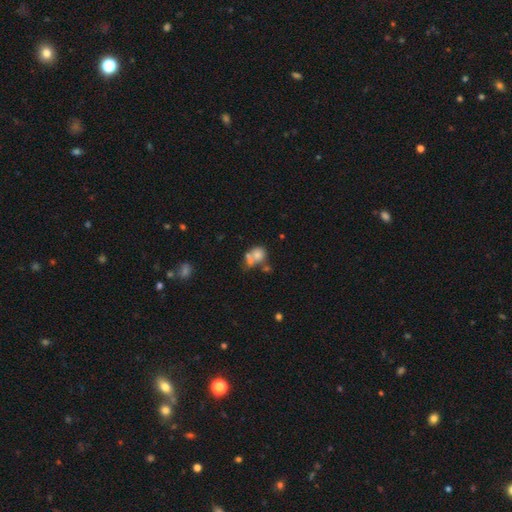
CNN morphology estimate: smooth-or-featured: smooth: 71% | featured or disk: 18% | star or artifact: 11%
  how-rounded: round: 68% | in between: 31% | cigar-shaped: 1%
  merging: merger: 49% | none: 30% | minor disturbance: 12% | major disturbance: 9%